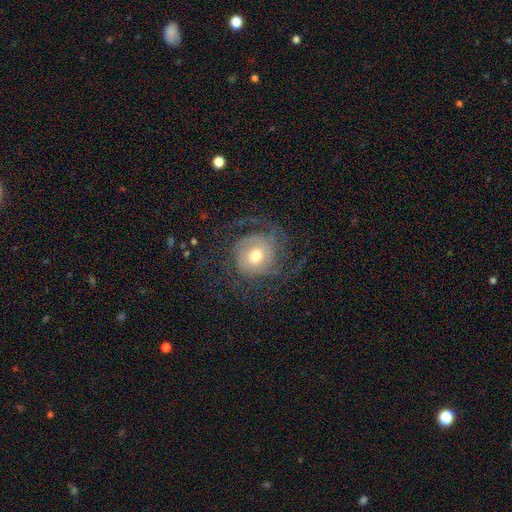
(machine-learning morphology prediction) smooth-or-featured: featured or disk: 70% | smooth: 22% | star or artifact: 8%
  disk-edge-on: no: 97% | yes: 3%
    bar: no: 70% | weak: 24% | strong: 6%
    has-spiral-arms: yes: 87% | no: 13%
      spiral-winding: tight: 38% | medium: 36% | loose: 26%
      spiral-arm-count: can't tell: 28% | 2: 26% | 3: 20% | 1: 12% | 4: 8% | more than 4: 6%
    bulge-size: moderate: 71% | large: 15% | small: 12% | dominant: 2% | none: 1%
  merging: none: 60% | major disturbance: 23% | minor disturbance: 15% | merger: 1%